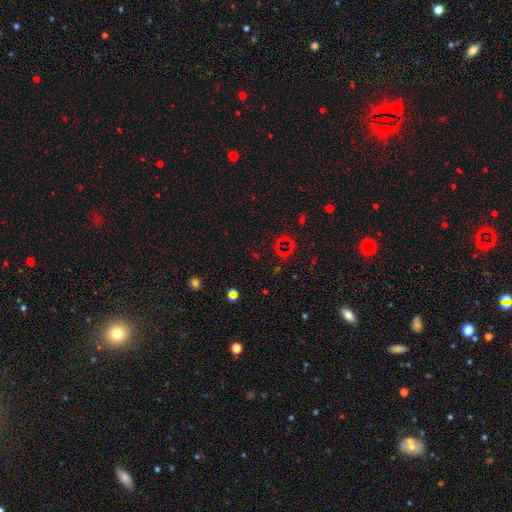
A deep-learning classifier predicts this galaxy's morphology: star or artifact 67%, smooth 24%, featured or disk 9%.